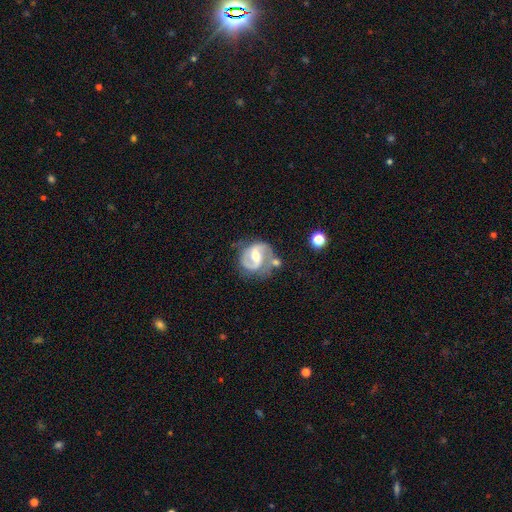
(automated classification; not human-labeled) Smooth or featured? Predicted: featured or disk (p=0.88). Edge-on disk? Predicted: no (p=0.98). Bar? Predicted: weak (p=0.46). Spiral arms? Predicted: yes (p=0.96). Spiral winding? Predicted: medium (p=0.57). Spiral arm count? Predicted: 2 (p=0.90). Bulge size? Predicted: moderate (p=0.65). Merging? Predicted: none (p=0.61).